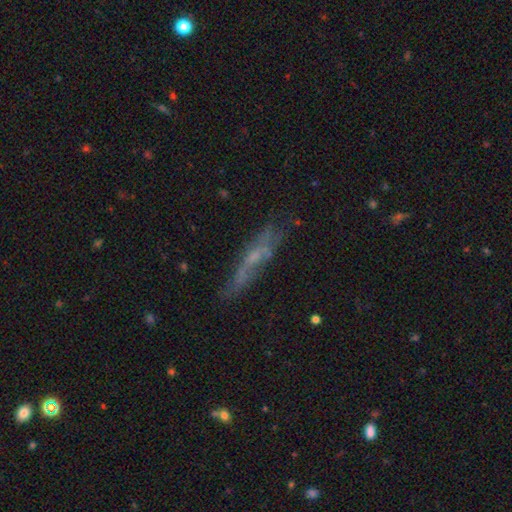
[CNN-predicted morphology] This is possibly a featured or disk galaxy (51%). It is likely viewed edge-on (61%). Merging: likely none (63%).